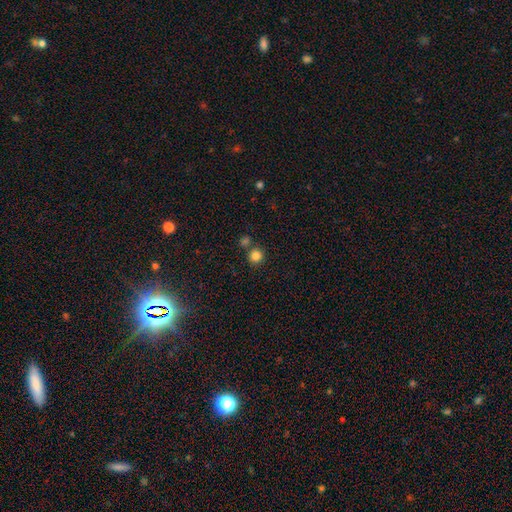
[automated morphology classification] This is clearly a smooth galaxy (84%). How rounded: clearly round (92%). Merging: likely none (76%).